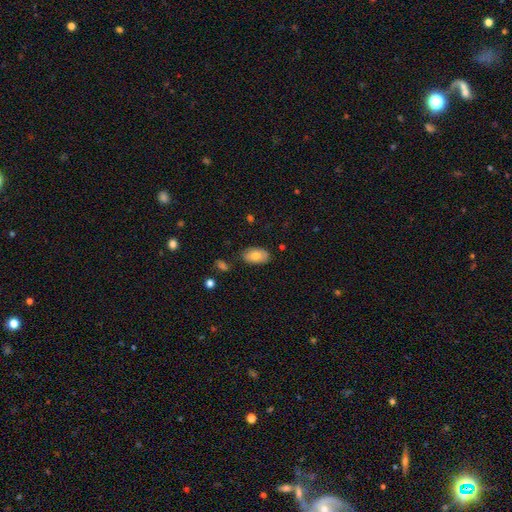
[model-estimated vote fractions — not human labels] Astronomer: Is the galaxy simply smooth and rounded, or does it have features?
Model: smooth — 77%.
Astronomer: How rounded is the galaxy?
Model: in between — 93%.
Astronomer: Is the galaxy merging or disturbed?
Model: none — 79%.